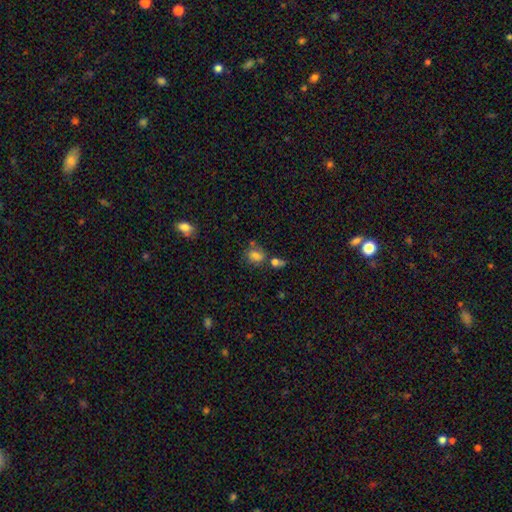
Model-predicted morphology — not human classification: This is likely a smooth galaxy (75%). How rounded: likely in between (70%). Merging: possibly none (49%).